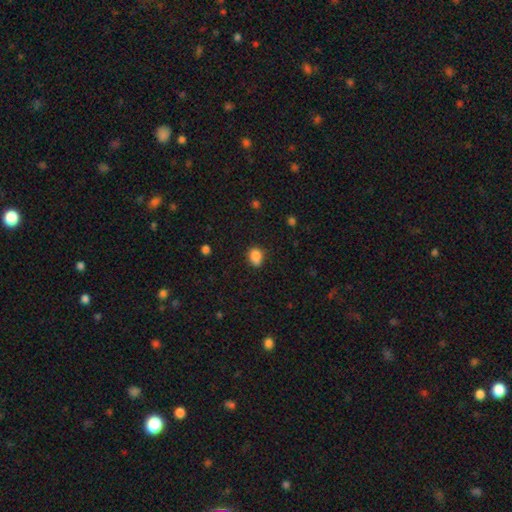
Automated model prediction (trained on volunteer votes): The model was most divided on "how rounded": in between: 59%, round: 39%, cigar-shaped: 1%. More confident: smooth or featured — smooth (85%); merging — none (65%).